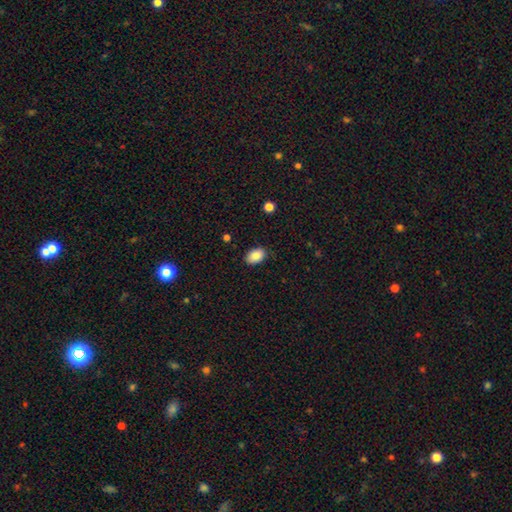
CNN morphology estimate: This appears to be a smooth galaxy with no disk features (86%) that is in between round and cigar-shaped (87%). Merging: none (87%).